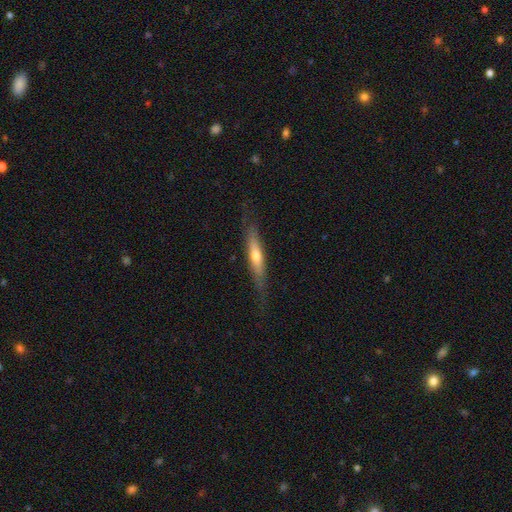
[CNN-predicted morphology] Smooth or featured? Predicted: featured or disk (p=0.55). Edge-on disk? Predicted: yes (p=0.88). Merging? Predicted: none (p=0.78).